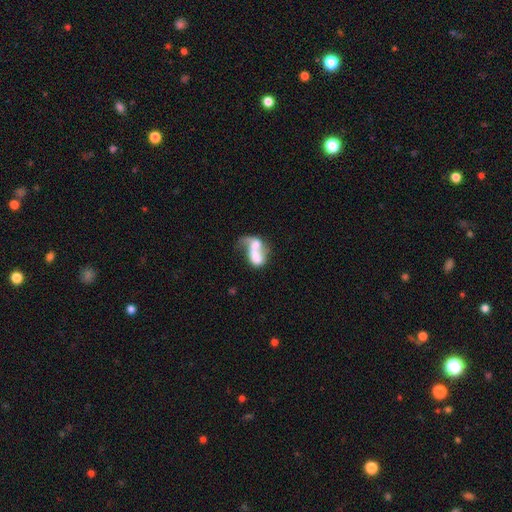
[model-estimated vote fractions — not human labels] This is possibly a smooth galaxy (47%). Merging: likely merger (65%).